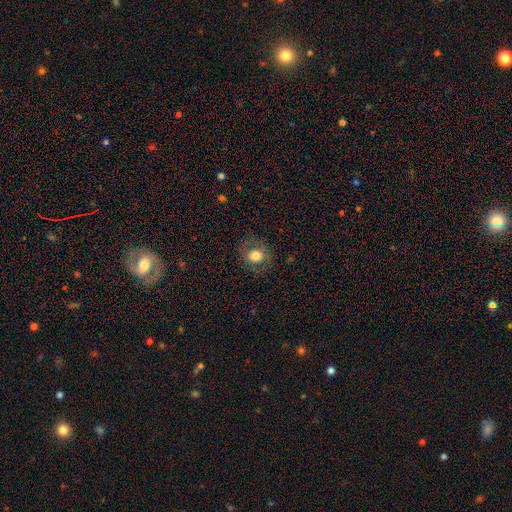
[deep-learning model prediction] smooth 72%, featured or disk 18%, star or artifact 10%. Down the decision tree: how rounded — round (70%); merging — none (81%).